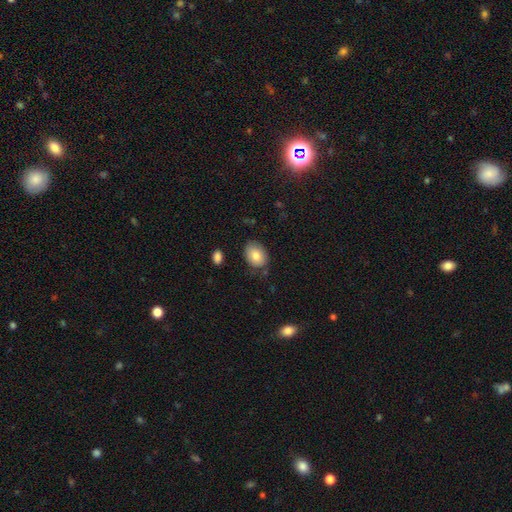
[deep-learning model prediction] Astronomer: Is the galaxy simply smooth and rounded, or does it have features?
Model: smooth — 82%.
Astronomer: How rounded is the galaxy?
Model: in between — 76%.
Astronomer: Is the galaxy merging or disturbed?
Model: none — 77%.